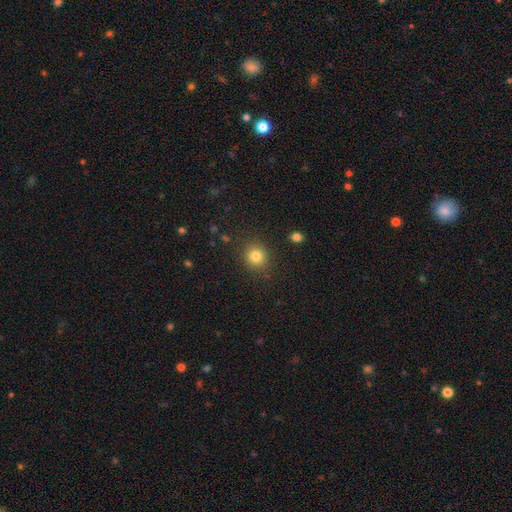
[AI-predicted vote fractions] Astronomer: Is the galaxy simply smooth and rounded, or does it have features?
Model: smooth — 82%.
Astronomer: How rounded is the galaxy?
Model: round — 86%.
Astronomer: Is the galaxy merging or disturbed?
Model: none — 88%.